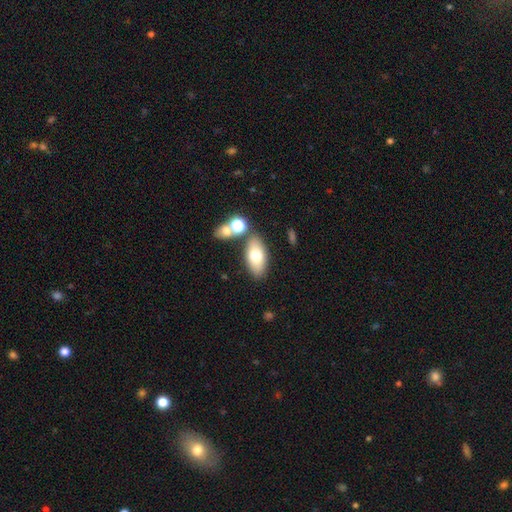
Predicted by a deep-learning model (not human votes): Smooth or featured? Predicted: smooth (p=0.69). How rounded? Predicted: in between (p=0.89). Merging? Predicted: none (p=0.75).